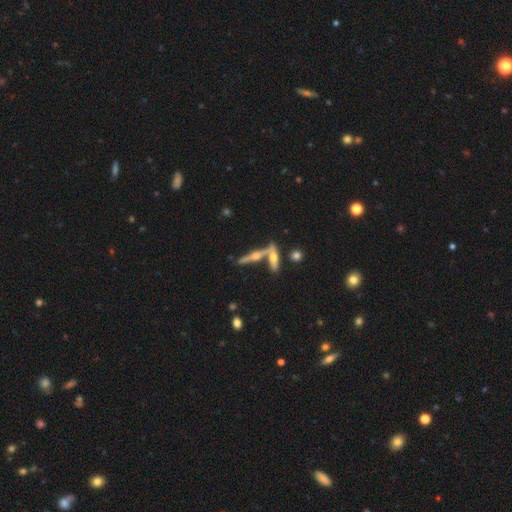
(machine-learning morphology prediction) This appears to be a featured or disk galaxy (72%) viewed edge-on (94%) with a rounded central bulge (93%). Merging: none (61%).